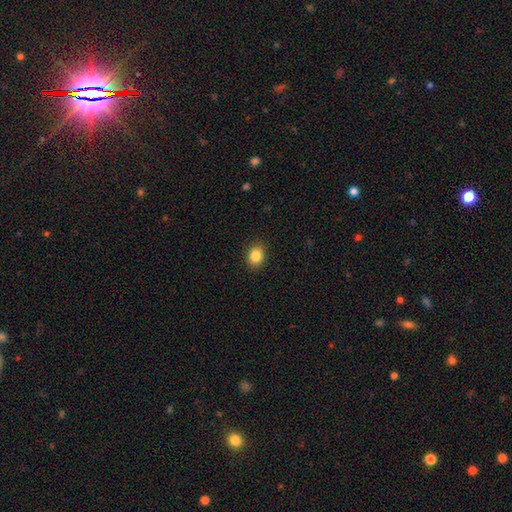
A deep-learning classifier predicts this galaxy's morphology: This appears to be a smooth galaxy with no disk features (86%) that is in between round and cigar-shaped (53%). Merging: none (90%).